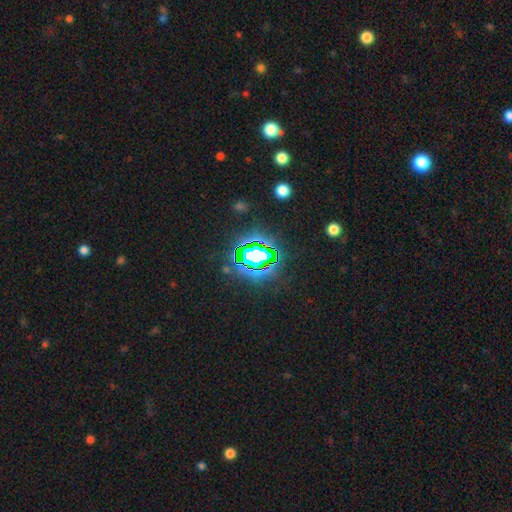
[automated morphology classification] smooth-or-featured: star or artifact: 73% | smooth: 15% | featured or disk: 12%